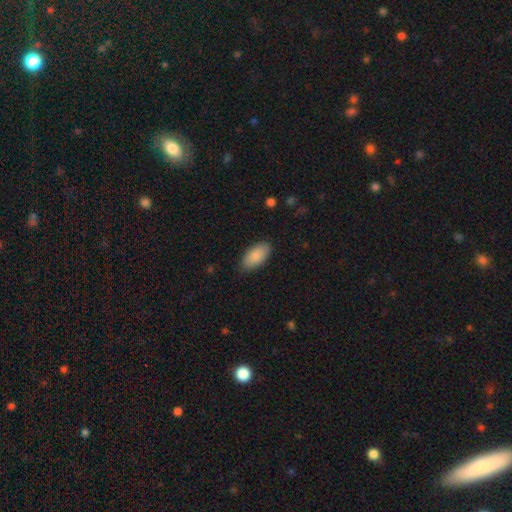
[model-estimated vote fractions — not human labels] Smooth or featured? smooth (88%)
How rounded? in between (94%)
Merging? none (84%)